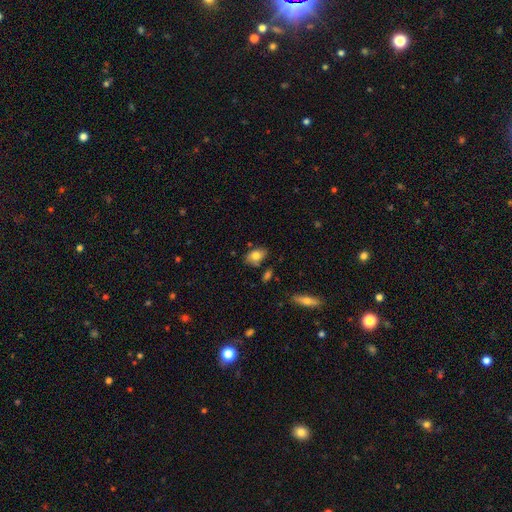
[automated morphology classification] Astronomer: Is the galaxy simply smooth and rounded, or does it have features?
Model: smooth — 77%.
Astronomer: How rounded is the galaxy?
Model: in between — 86%.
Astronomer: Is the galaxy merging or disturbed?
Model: none — 73%.